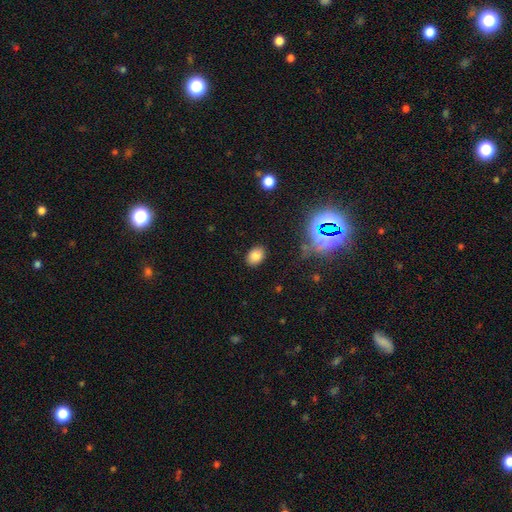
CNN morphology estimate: Smooth or featured: smooth — 80% (star or artifact — 13%)
How rounded: in between — 78% (round — 21%)
Merging: none — 86% (minor disturbance — 10%)